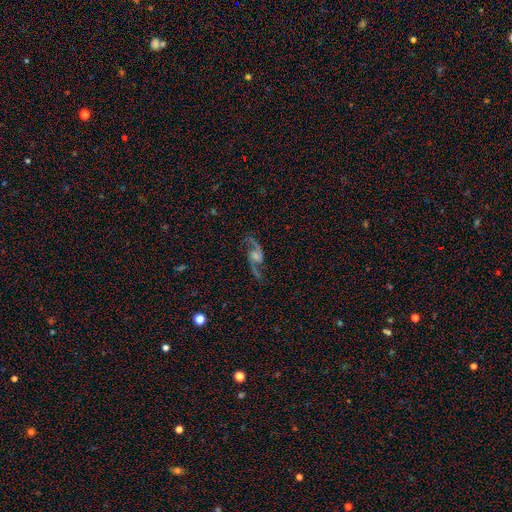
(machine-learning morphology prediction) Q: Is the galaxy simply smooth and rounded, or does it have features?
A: featured or disk — 89%.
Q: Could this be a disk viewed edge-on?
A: no — 96%.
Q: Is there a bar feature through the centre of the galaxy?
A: no — 47%.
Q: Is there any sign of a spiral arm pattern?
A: yes — 97%.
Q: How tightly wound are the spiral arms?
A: loose — 68%.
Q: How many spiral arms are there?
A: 2 — 94%.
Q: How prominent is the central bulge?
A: moderate — 36%, tied with small.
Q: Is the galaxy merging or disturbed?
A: none — 79%.